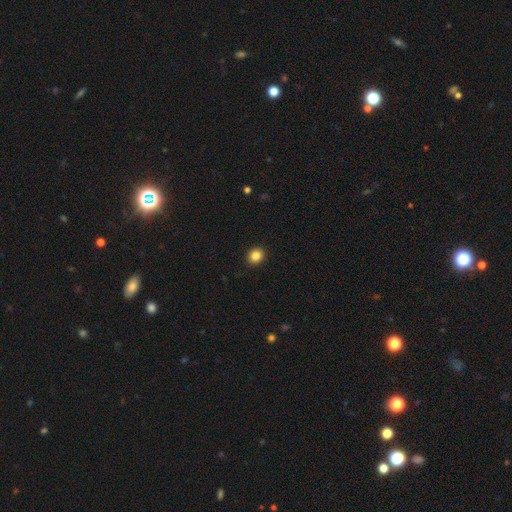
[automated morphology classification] This appears to be a smooth galaxy with no disk features (85%) that is round (77%). Merging: none (92%).